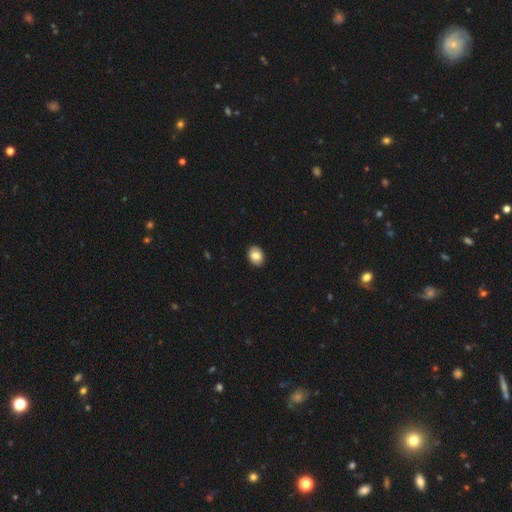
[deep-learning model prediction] smooth 82%, featured or disk 11%, star or artifact 7%. Down the decision tree: how rounded — in between (69%); merging — none (90%).